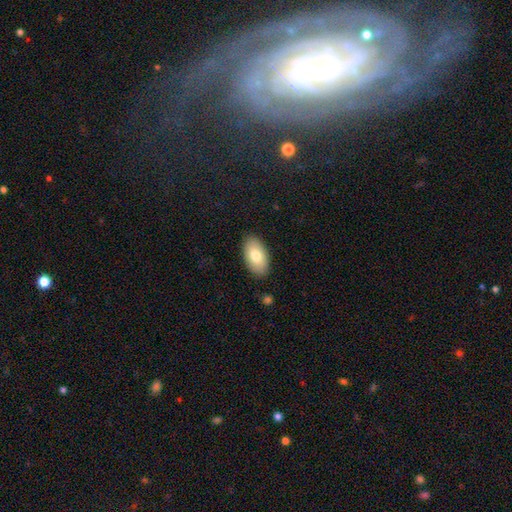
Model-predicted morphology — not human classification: A smooth galaxy with no disk features (78%) that is in between round and cigar-shaped (95%).

Vote fractions:
- Smooth or featured? smooth: 78% / featured or disk: 16% / star or artifact: 6%
- How rounded? in between: 95% / round: 3% / cigar-shaped: 2%
- Merging? none: 88% / minor disturbance: 9% / major disturbance: 2% / merger: 1%